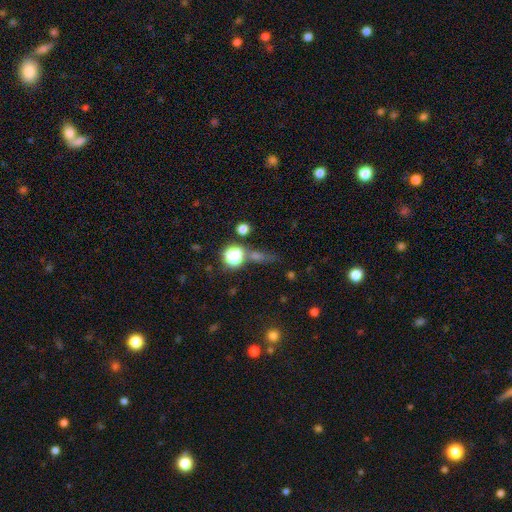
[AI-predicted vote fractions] A smooth galaxy with no disk features (48%). Merging: none (65%).